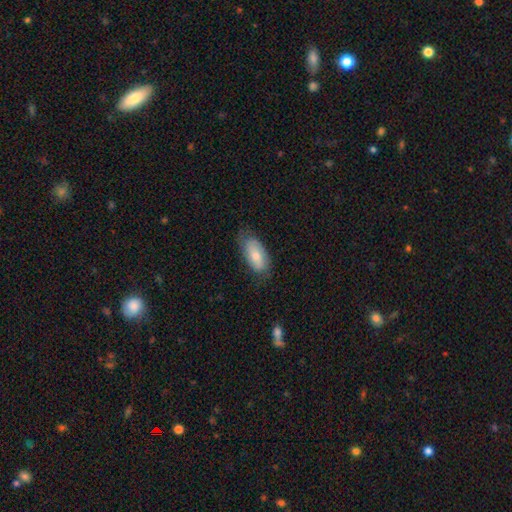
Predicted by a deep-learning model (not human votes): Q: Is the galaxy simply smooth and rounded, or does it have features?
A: smooth — 66%.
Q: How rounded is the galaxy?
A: in between — 91%.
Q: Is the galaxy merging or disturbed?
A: none — 66%.